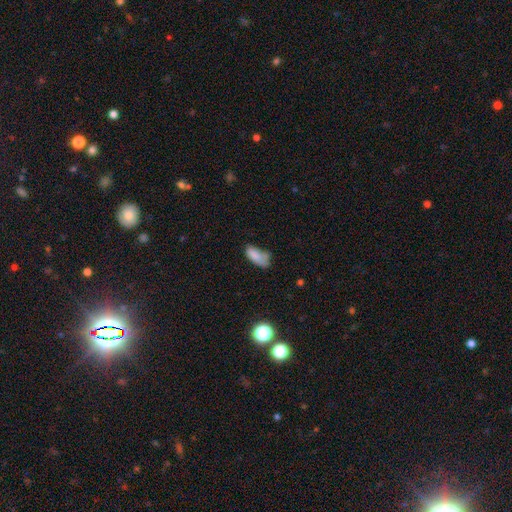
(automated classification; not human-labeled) This appears to be a smooth galaxy with no disk features (80%) that is in between round and cigar-shaped (86%). Merging: none (40%).